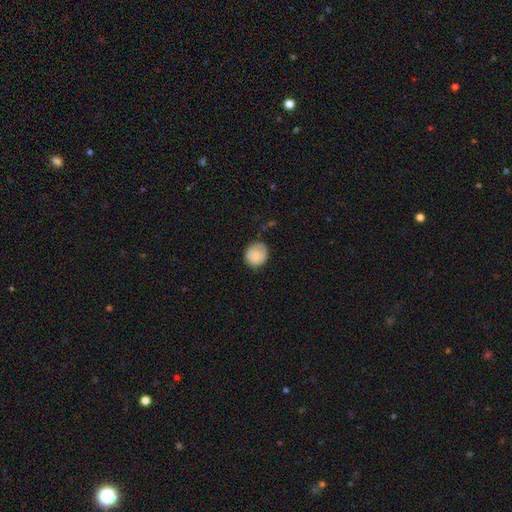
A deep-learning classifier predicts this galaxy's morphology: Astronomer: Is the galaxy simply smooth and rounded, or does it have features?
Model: smooth — 76%.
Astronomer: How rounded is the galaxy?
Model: round — 83%.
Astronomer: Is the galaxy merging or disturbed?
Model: none — 73%.